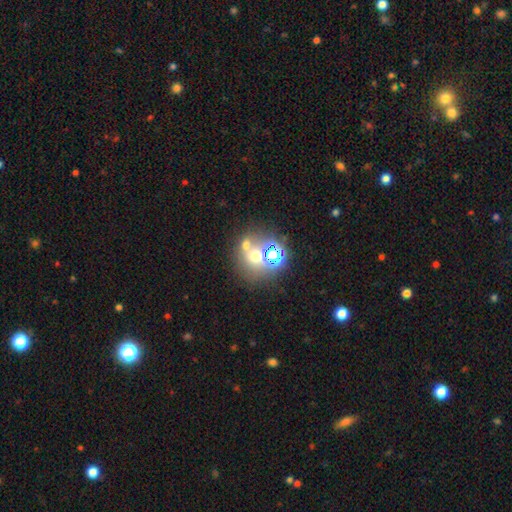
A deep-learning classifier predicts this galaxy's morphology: Smooth or featured? smooth (49%)
Merging? none (48%)